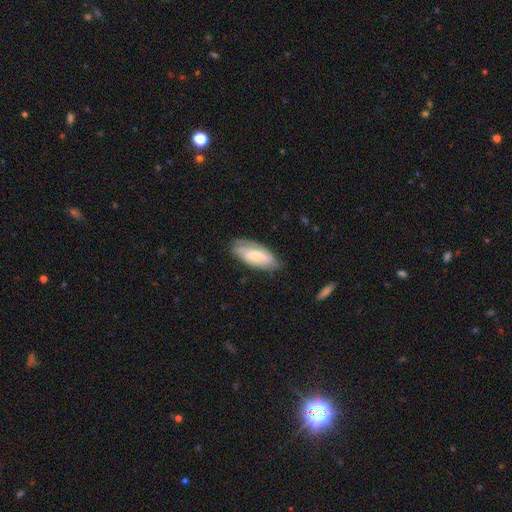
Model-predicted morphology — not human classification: Smooth or featured? Predicted: featured or disk (p=0.48). Merging? Predicted: none (p=0.69).